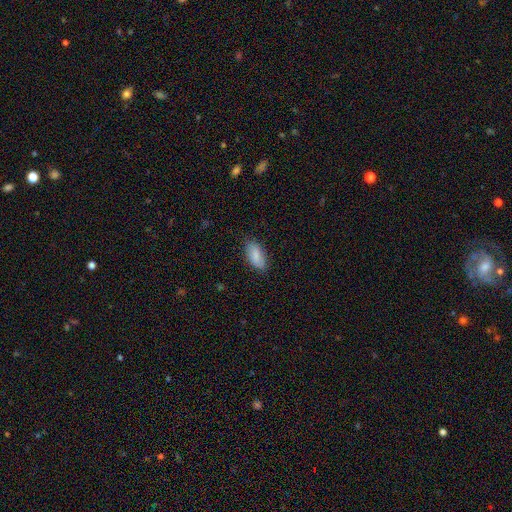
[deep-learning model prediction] This is clearly a smooth galaxy (83%). How rounded: clearly in between (91%). Merging: likely none (79%).